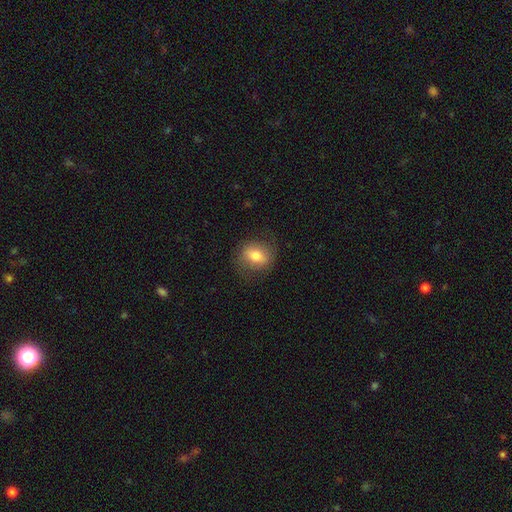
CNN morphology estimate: A smooth galaxy with no disk features (69%) that is round (52%). Merging: none (78%).